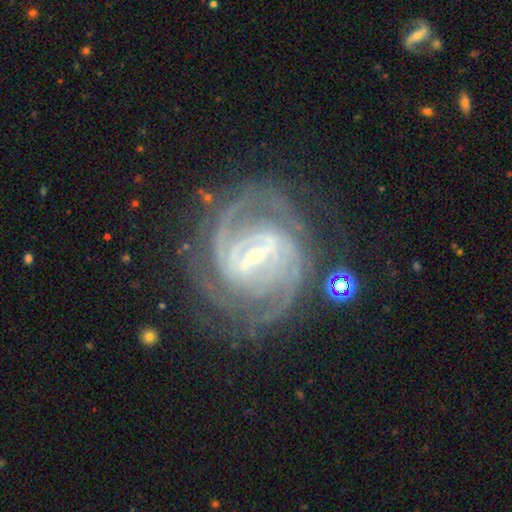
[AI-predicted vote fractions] smooth_or_featured: featured or disk (p=0.92) [alt: star or artifact p=0.05]
disk_edge_on: no (p=0.97) [alt: yes p=0.03]
bar: strong (p=0.60) [alt: weak p=0.33]
has_spiral_arms: yes (p=0.98) [alt: no p=0.02]
spiral_winding: tight (p=0.67) [alt: medium p=0.29]
spiral_arm_count: 2 (p=0.31) [alt: 3 p=0.21]
bulge_size: small (p=0.71) [alt: moderate p=0.23]
merging: none (p=0.74) [alt: minor disturbance p=0.15]